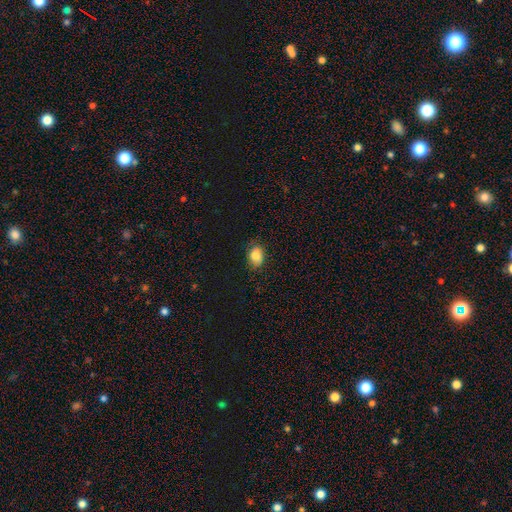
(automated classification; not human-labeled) This is clearly a smooth galaxy (83%). How rounded: likely in between (78%). Merging: likely none (80%).